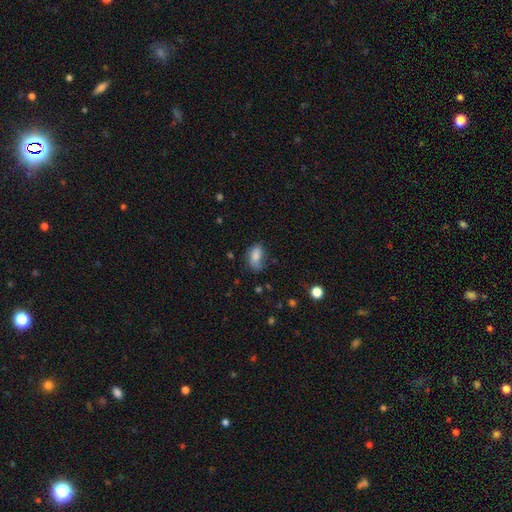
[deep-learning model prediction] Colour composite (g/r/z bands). It shows a smooth galaxy with no disk features (80%) that is in between round and cigar-shaped (90%). Merging: none (53%).